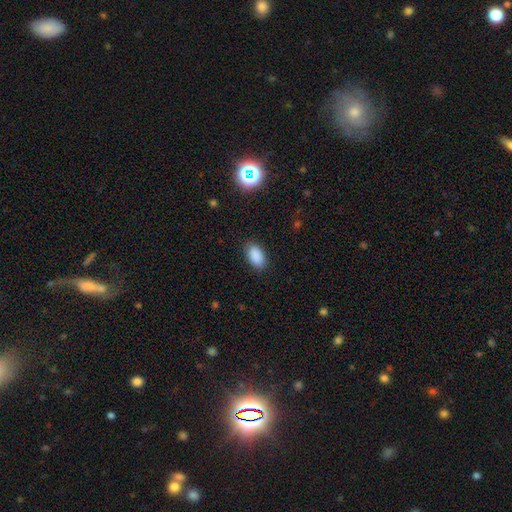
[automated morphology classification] Smooth or featured: smooth — 89% (star or artifact — 8%)
How rounded: in between — 93% (round — 5%)
Merging: none — 87% (minor disturbance — 9%)